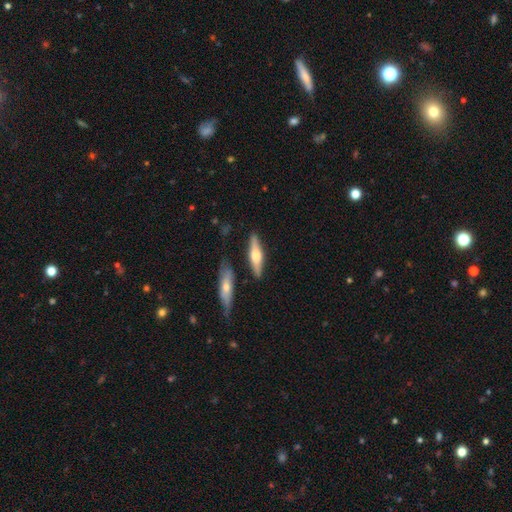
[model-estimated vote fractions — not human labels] The model was most divided on "smooth or featured": featured or disk: 53%, smooth: 42%, star or artifact: 5%. More confident: edge-on disk — yes (93%); merging — none (83%).